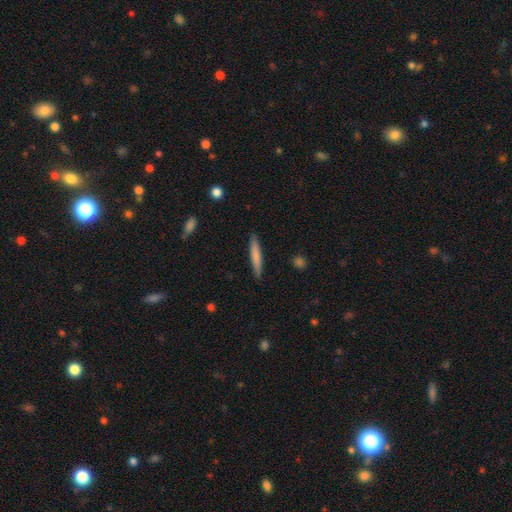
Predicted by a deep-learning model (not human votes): smooth-or-featured: smooth: 75% | featured or disk: 20% | star or artifact: 5%
  how-rounded: cigar-shaped: 93% | in between: 6% | round: 1%
  merging: none: 89% | minor disturbance: 8% | major disturbance: 2% | merger: 1%